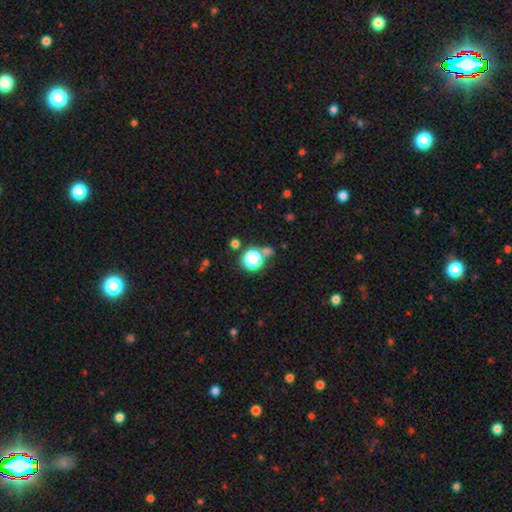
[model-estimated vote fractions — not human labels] A star or artifact, not a galaxy (64%).